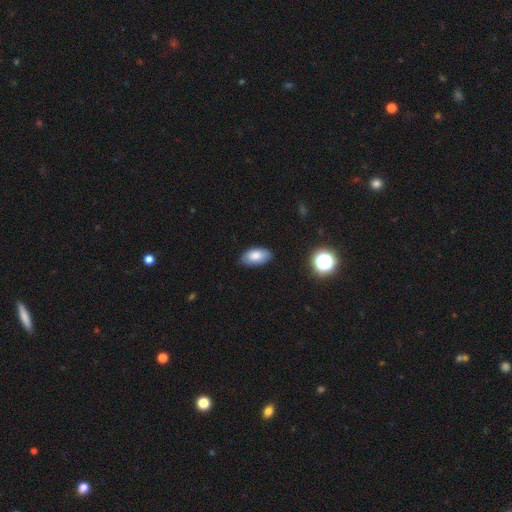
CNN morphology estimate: type=smooth (80%); roundness=in between (94%); merging=none (79%).